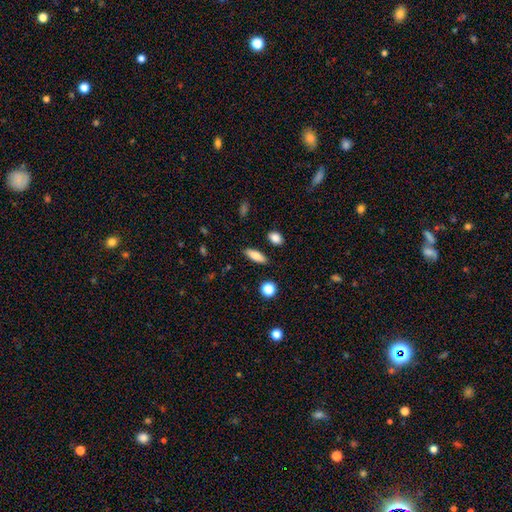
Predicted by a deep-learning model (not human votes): Smooth or featured: smooth — 80% (featured or disk — 12%)
How rounded: in between — 62% (cigar-shaped — 34%)
Merging: none — 88% (minor disturbance — 8%)